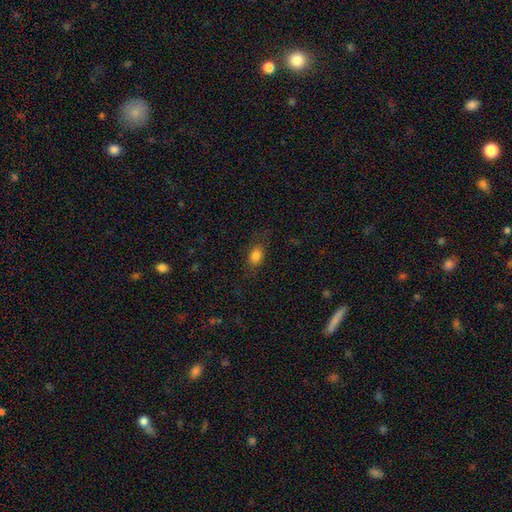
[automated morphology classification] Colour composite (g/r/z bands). It shows a smooth galaxy with no disk features (80%) that is in between round and cigar-shaped (76%). Merging: none (77%).